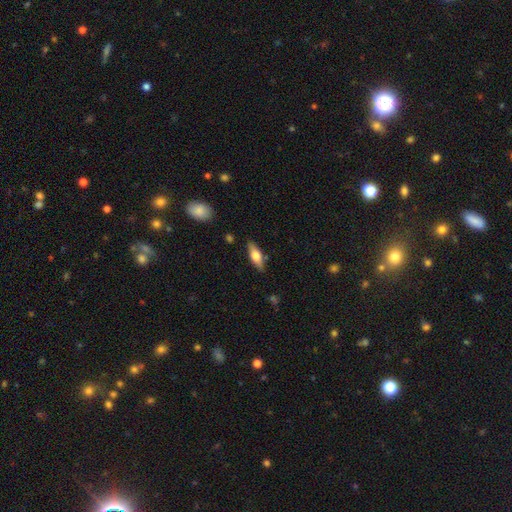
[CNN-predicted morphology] Smooth or featured? Predicted: smooth (p=0.56). How rounded? Predicted: in between (p=0.60). Merging? Predicted: none (p=0.83).